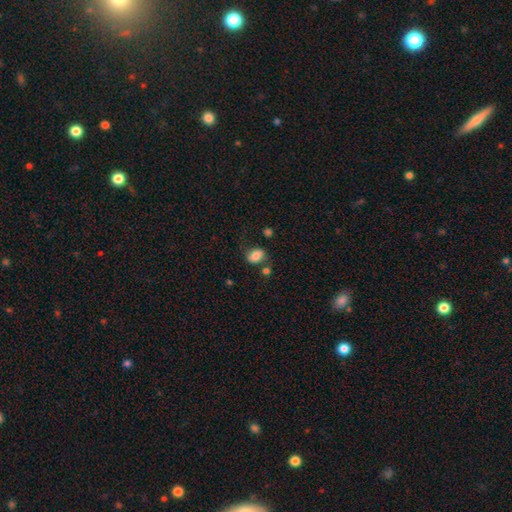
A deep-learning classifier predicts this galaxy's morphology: The model was most divided on "how rounded": in between: 69%, round: 30%, cigar-shaped: 1%. More confident: smooth or featured — smooth (79%); merging — none (60%).